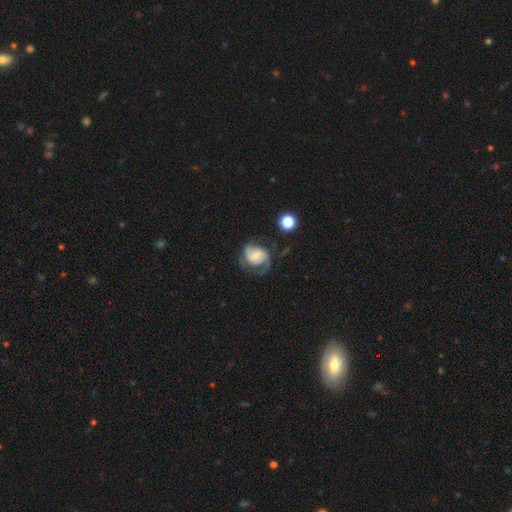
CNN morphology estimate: Smooth or featured: featured or disk — 76% (smooth — 17%)
Edge-on disk: no — 98% (yes — 2%)
Bar: weak — 44% (no — 40%)
Spiral arms: yes — 93% (no — 7%)
Spiral winding: medium — 48% (tight — 34%)
Spiral arm count: 2 — 75% (can't tell — 11%)
Bulge size: small — 50% (moderate — 24%)
Merging: none — 58% (minor disturbance — 21%)